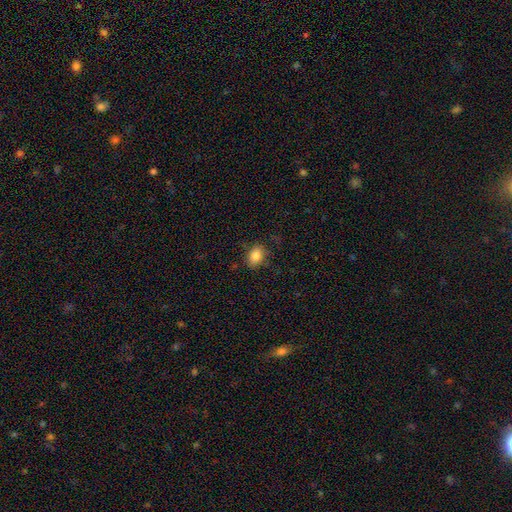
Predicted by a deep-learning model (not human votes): Q: Smooth or featured?
A: smooth (84%); runner-up: star or artifact (9%)
Q: How rounded?
A: in between (74%); runner-up: round (24%)
Q: Merging?
A: none (78%); runner-up: minor disturbance (16%)